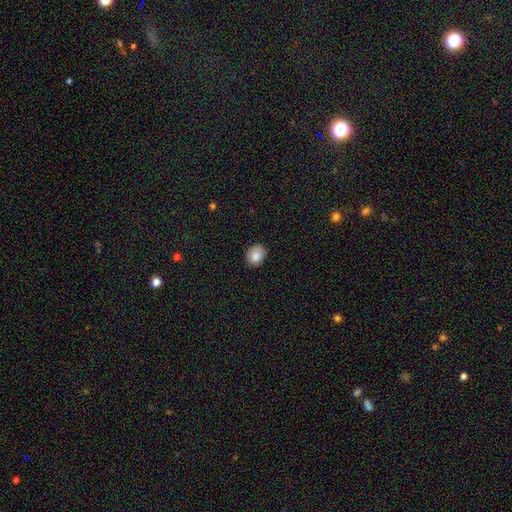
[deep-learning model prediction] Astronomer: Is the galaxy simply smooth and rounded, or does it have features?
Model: smooth — 86%.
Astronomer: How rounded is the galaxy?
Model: round — 50% (runner-up: in between, 49%).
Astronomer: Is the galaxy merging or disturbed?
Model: none — 86%.